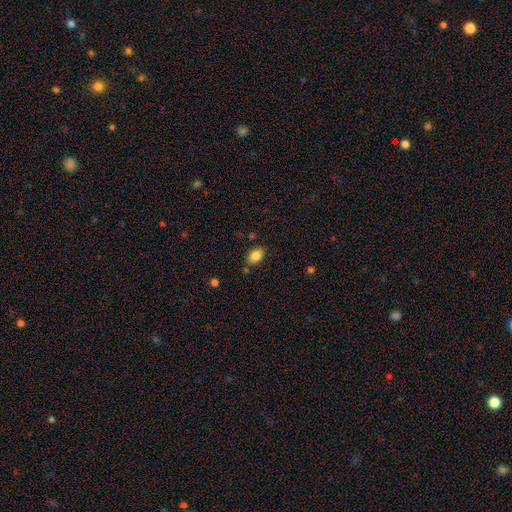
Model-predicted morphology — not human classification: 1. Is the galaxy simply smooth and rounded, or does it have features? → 85% smooth, 9% star or artifact, 6% featured or disk.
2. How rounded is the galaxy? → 80% in between, 19% round, 1% cigar-shaped.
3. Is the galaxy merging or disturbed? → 79% none, 13% minor disturbance, 5% merger, 3% major disturbance.